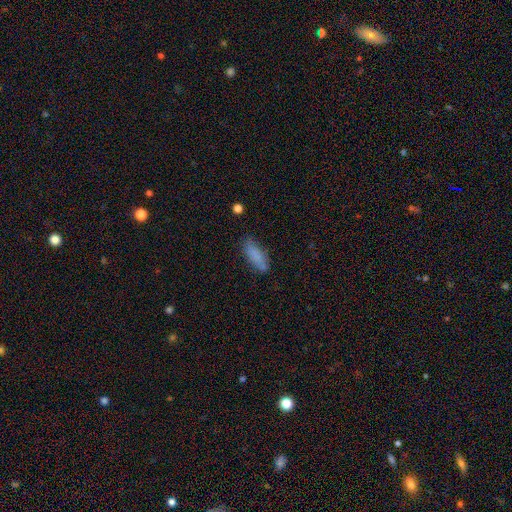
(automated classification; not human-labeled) Smooth or featured? smooth (82%)
How rounded? in between (60%)
Merging? none (74%)